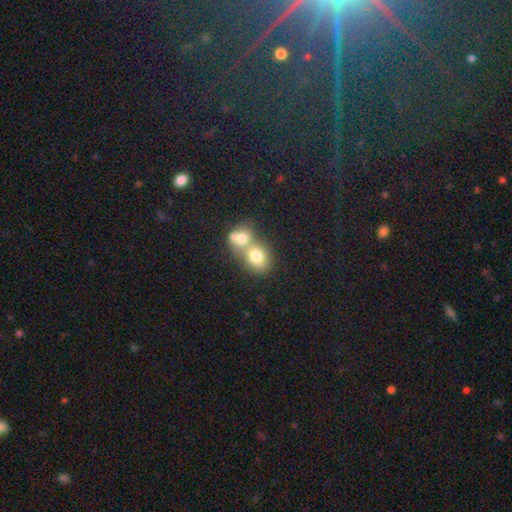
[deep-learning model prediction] smooth-or-featured: smooth: 73% | featured or disk: 17% | star or artifact: 10%
  how-rounded: round: 55% | in between: 44% | cigar-shaped: 1%
  merging: merger: 65% | none: 25% | minor disturbance: 6% | major disturbance: 3%